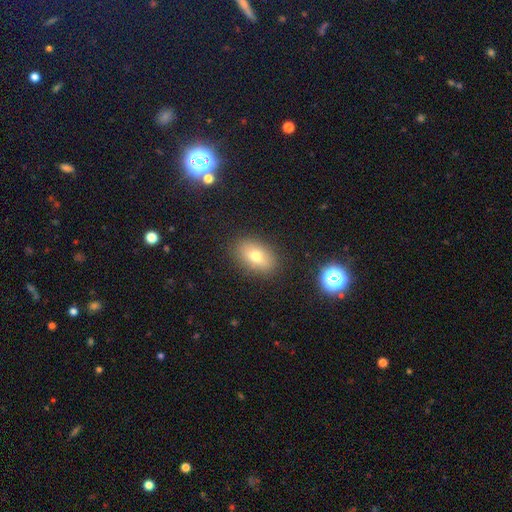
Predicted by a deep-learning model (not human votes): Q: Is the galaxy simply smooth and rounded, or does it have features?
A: smooth — 70%.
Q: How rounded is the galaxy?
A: in between — 83%.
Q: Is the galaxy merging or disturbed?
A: none — 86%.